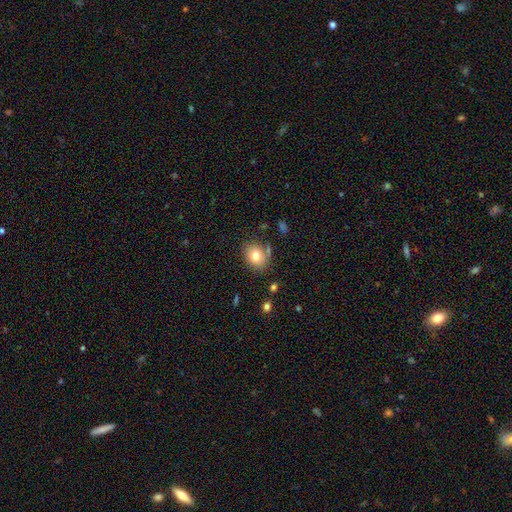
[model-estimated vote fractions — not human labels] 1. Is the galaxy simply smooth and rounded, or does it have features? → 76% smooth, 14% featured or disk, 11% star or artifact.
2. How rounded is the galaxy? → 58% round, 41% in between, 1% cigar-shaped.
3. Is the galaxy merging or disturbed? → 74% none, 15% minor disturbance, 6% merger, 5% major disturbance.